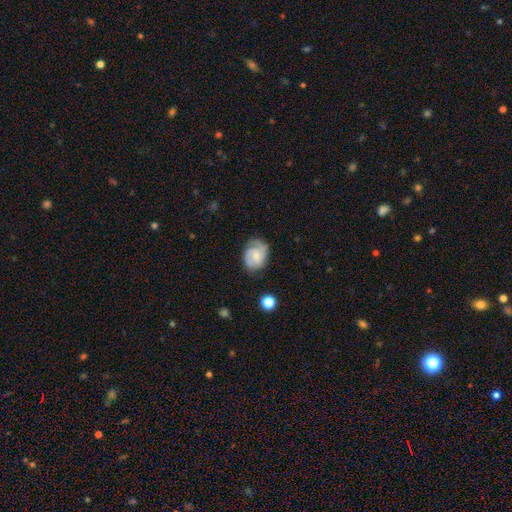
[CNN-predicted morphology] type=featured or disk (63%); edge-on=no (97%); bar=no (63%); spiral arms=yes (91%); winding=tight (50%); arm count=2 (49%); bulge=small (52%); merging=none (64%).